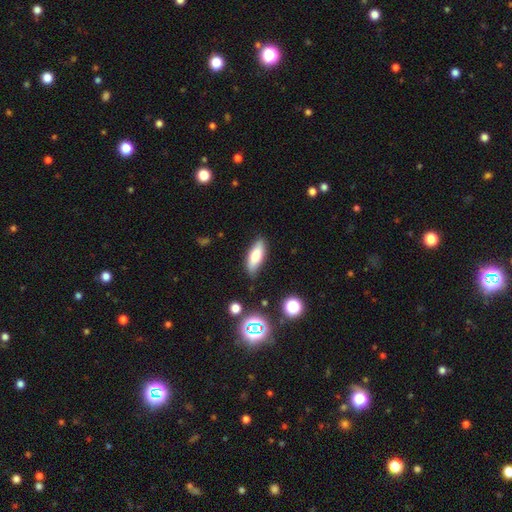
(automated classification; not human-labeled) Smooth or featured: smooth — 70% (featured or disk — 22%)
How rounded: in between — 67% (cigar-shaped — 30%)
Merging: none — 83% (minor disturbance — 12%)